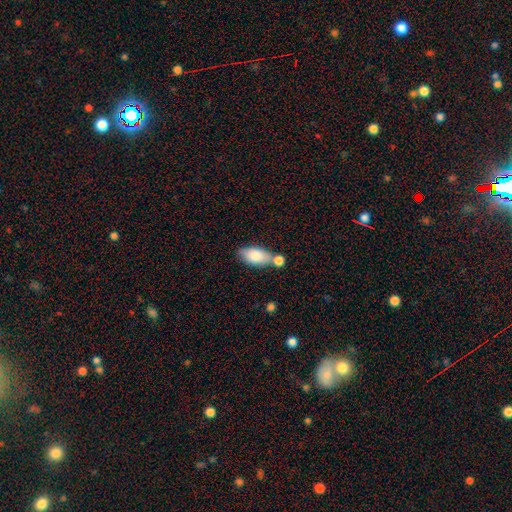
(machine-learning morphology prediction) This appears to be a smooth galaxy with no disk features (80%) that is in between round and cigar-shaped (89%). Merging: none (48%).